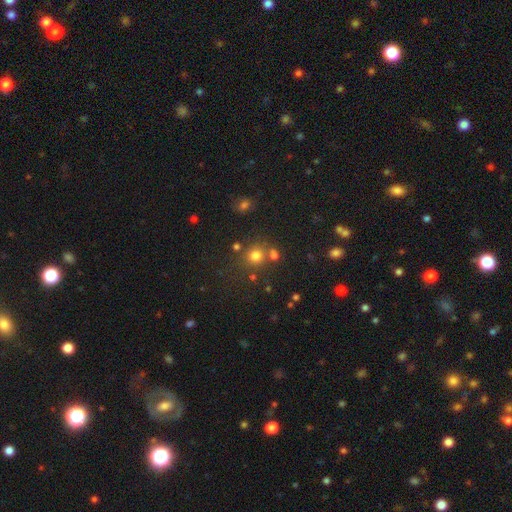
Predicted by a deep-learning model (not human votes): This appears to be a smooth galaxy with no disk features (74%) that is round (87%). Merging: none (69%).